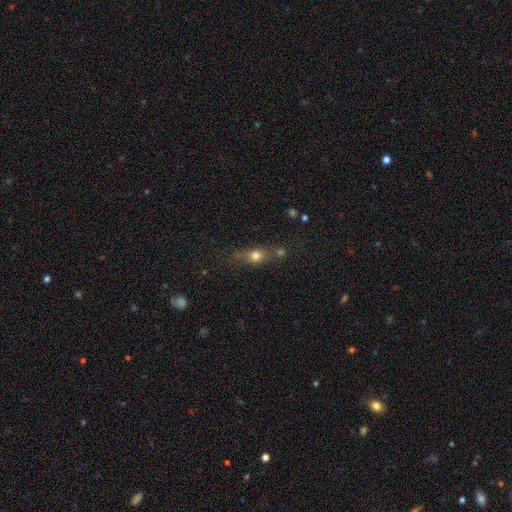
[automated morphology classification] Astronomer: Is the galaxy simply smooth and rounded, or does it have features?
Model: smooth — 70%.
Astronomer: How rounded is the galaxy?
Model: in between — 48% (runner-up: round, 37%).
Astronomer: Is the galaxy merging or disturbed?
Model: none — 51%.